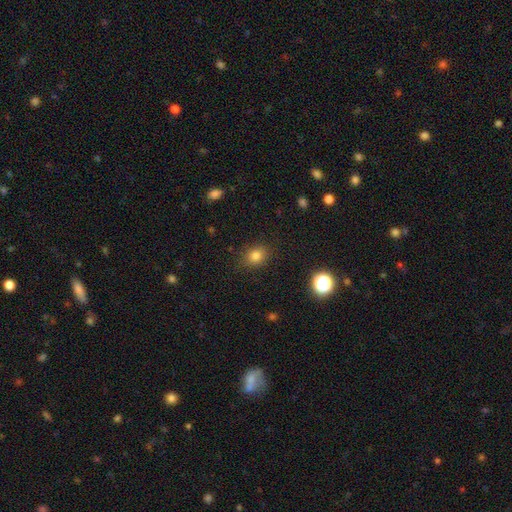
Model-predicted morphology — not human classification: smooth 80%, star or artifact 14%, featured or disk 6%. Down the decision tree: how rounded — round (55%); merging — none (85%).